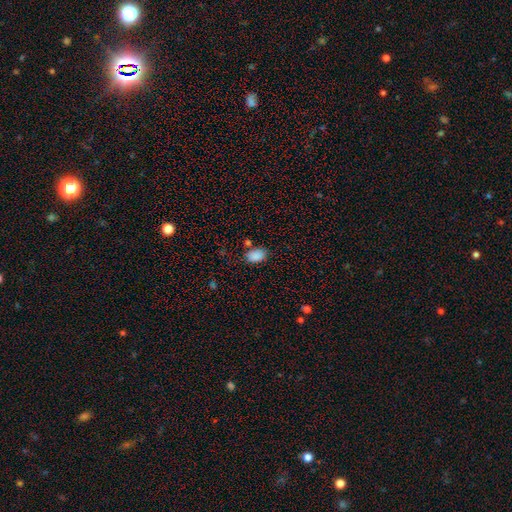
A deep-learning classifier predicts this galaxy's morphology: This is clearly a smooth galaxy (88%). How rounded: clearly in between (82%). Merging: likely none (74%).